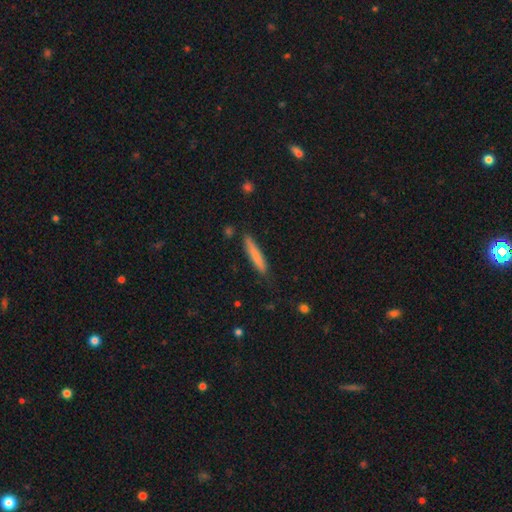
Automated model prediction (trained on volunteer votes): smooth_or_featured: smooth (p=0.77) [alt: featured or disk p=0.17]
how_rounded: cigar-shaped (p=0.94) [alt: in between p=0.05]
merging: none (p=0.84) [alt: minor disturbance p=0.12]